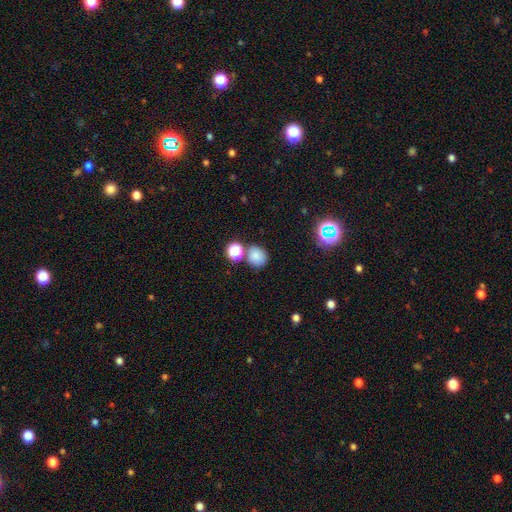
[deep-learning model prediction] Smooth or featured? smooth (78%)
How rounded? round (76%)
Merging? none (69%)